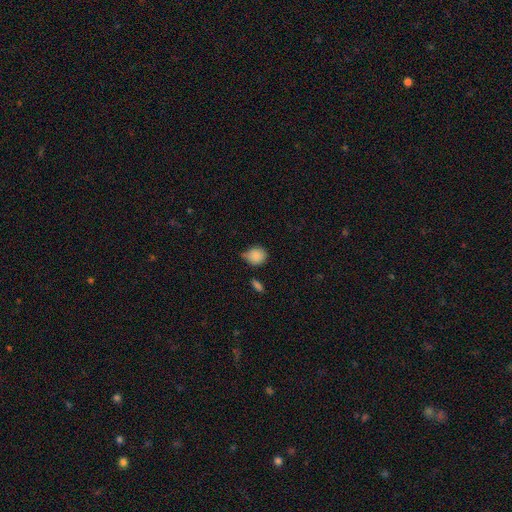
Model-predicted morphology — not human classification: This is clearly a smooth galaxy (86%). How rounded: likely round (76%). Merging: possibly none (56%).